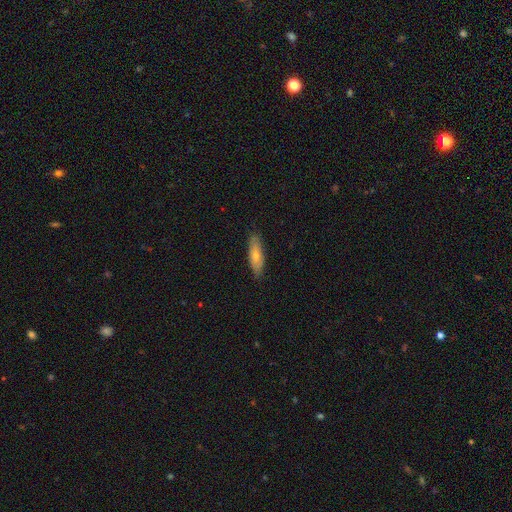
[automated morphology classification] smooth-or-featured: smooth: 57% | featured or disk: 36% | star or artifact: 7%
  how-rounded: cigar-shaped: 60% | in between: 38% | round: 2%
  merging: none: 86% | minor disturbance: 11% | major disturbance: 2% | merger: 1%